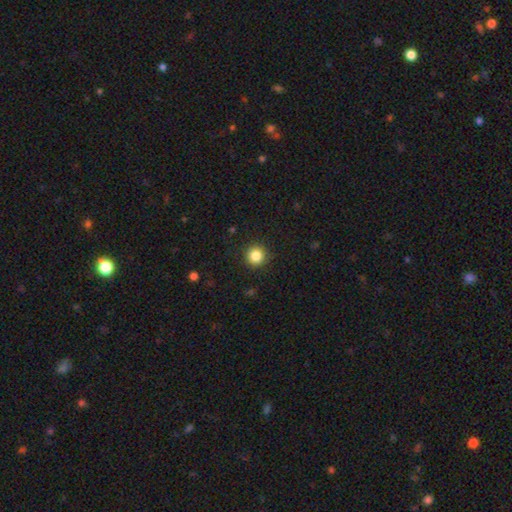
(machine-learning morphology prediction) Q: Smooth or featured?
A: smooth (85%); runner-up: star or artifact (11%)
Q: How rounded?
A: round (94%); runner-up: in between (5%)
Q: Merging?
A: none (92%); runner-up: minor disturbance (5%)